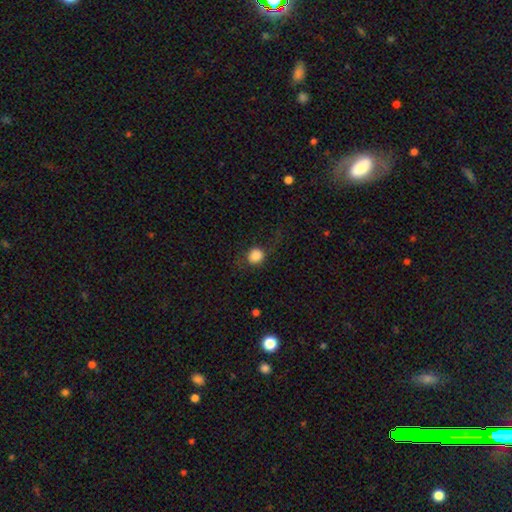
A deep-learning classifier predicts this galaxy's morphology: This is clearly a smooth galaxy (83%). How rounded: likely round (79%). Merging: likely none (73%).